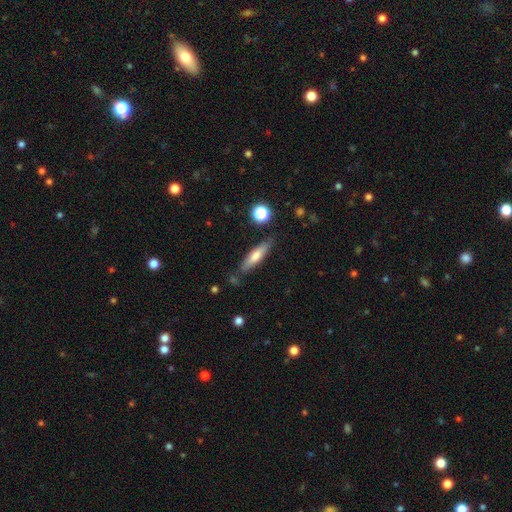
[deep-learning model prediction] This is likely a smooth galaxy (61%). How rounded: likely cigar-shaped (77%). Merging: clearly none (81%).